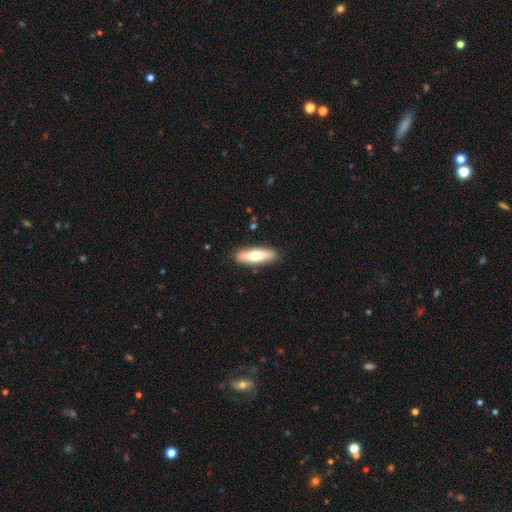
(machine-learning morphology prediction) smooth_or_featured: smooth (p=0.64) [alt: featured or disk p=0.31]
how_rounded: cigar-shaped (p=0.52) [alt: in between p=0.46]
merging: none (p=0.88) [alt: minor disturbance p=0.09]